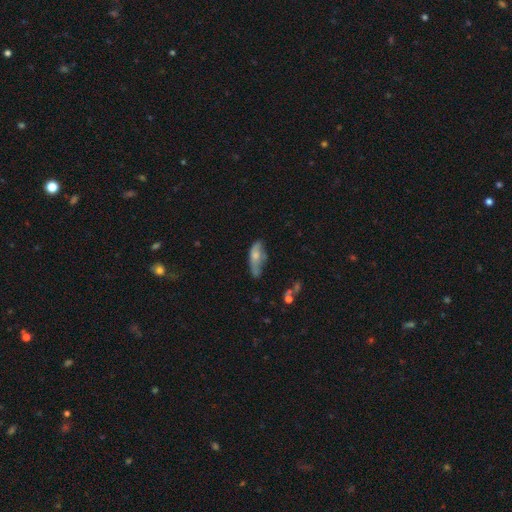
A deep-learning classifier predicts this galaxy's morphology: Smooth or featured: smooth — 63% (featured or disk — 30%)
How rounded: in between — 67% (cigar-shaped — 30%)
Merging: minor disturbance — 38% (none — 36%)